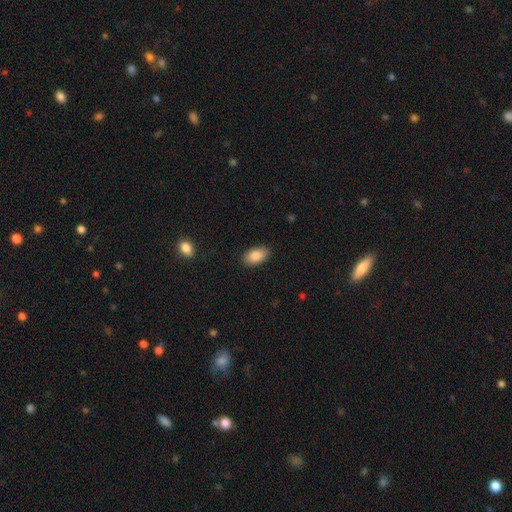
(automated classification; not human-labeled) A smooth galaxy with no disk features (88%) that is in between round and cigar-shaped (94%). Merging: none (87%).